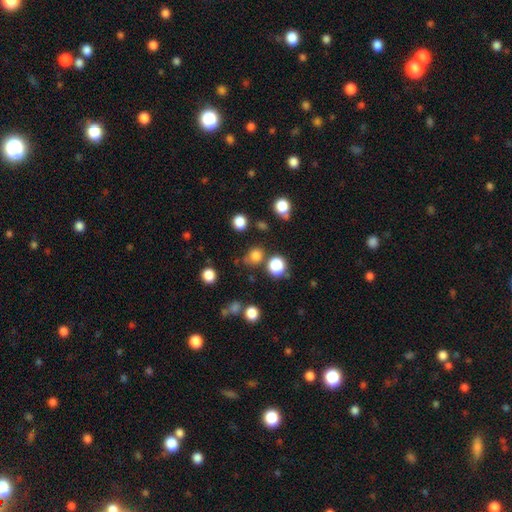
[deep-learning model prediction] smooth-or-featured: smooth: 78% | star or artifact: 17% | featured or disk: 5%
  how-rounded: round: 81% | in between: 18% | cigar-shaped: 1%
  merging: none: 73% | minor disturbance: 12% | merger: 10% | major disturbance: 5%